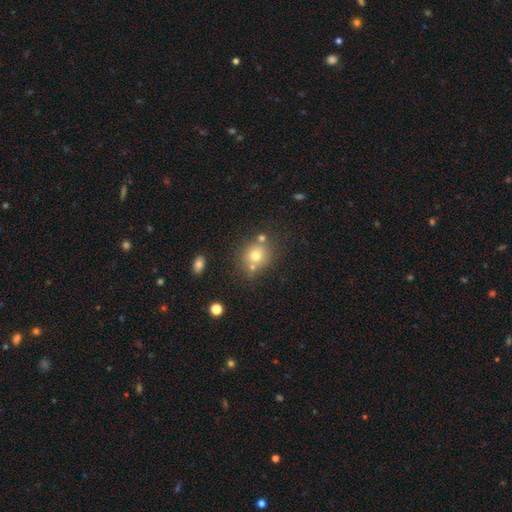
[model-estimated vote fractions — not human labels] smooth_or_featured: smooth (p=0.72) [alt: star or artifact p=0.14]
how_rounded: round (p=0.80) [alt: in between p=0.19]
merging: none (p=0.64) [alt: merger p=0.20]